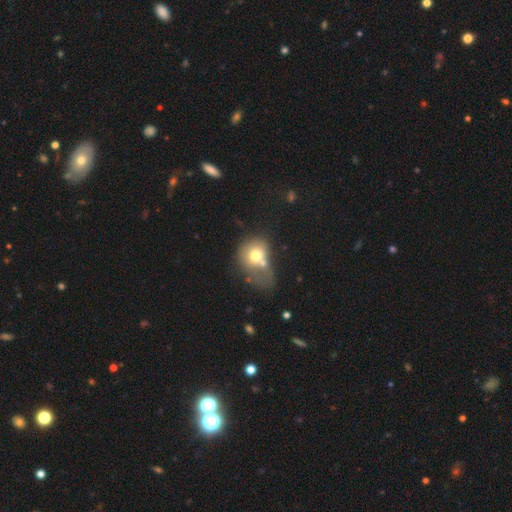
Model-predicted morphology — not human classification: smooth 65%, featured or disk 25%, star or artifact 10%. Down the decision tree: how rounded — round (61%); merging — merger (43%).